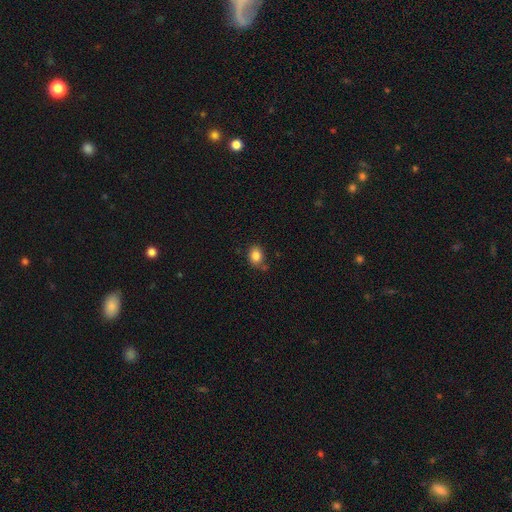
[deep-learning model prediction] smooth 84%, star or artifact 10%, featured or disk 6%. Down the decision tree: how rounded — round (56%); merging — none (69%).